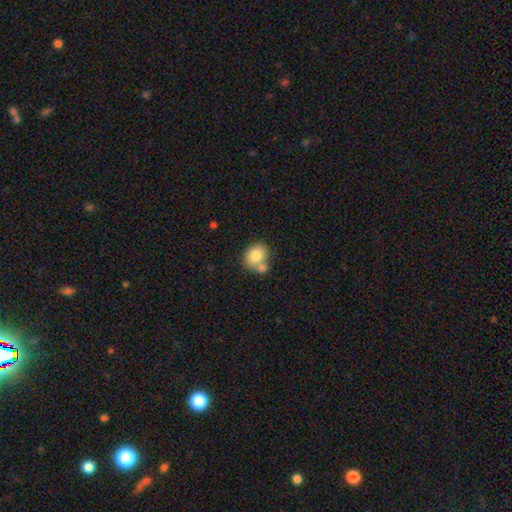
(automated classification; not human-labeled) This is clearly a smooth galaxy (80%). How rounded: possibly round (55%). Merging: marginally none (43%).